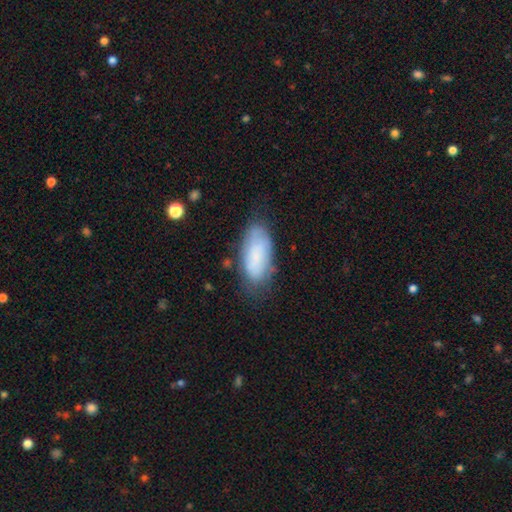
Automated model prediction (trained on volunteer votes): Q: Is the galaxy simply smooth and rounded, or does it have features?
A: smooth — 69%.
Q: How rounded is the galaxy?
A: in between — 87%.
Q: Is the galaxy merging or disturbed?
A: none — 65%.